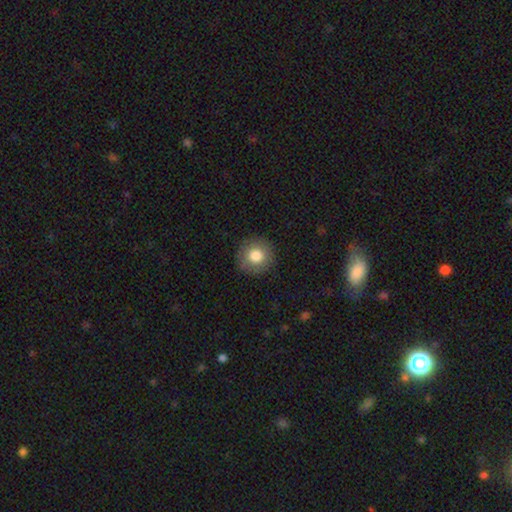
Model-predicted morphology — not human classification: Smooth or featured? Predicted: smooth (p=0.80). How rounded? Predicted: round (p=0.95). Merging? Predicted: none (p=0.90).